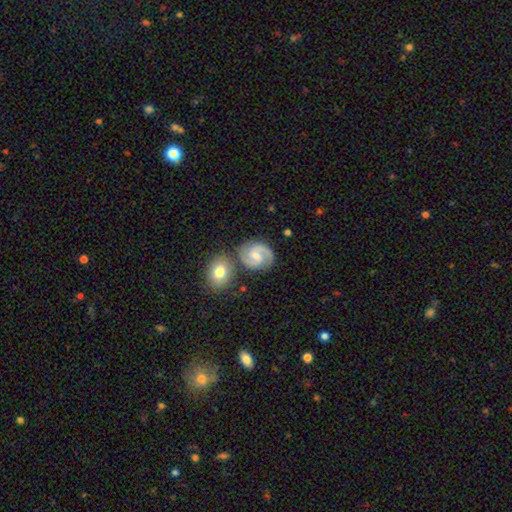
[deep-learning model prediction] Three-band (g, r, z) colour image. It shows a featured or disk galaxy (83%) with a weak bar (51%), 2 (92%) medium (59%) spiral arms (97%) and a small central bulge (45%). Merging: none (73%).